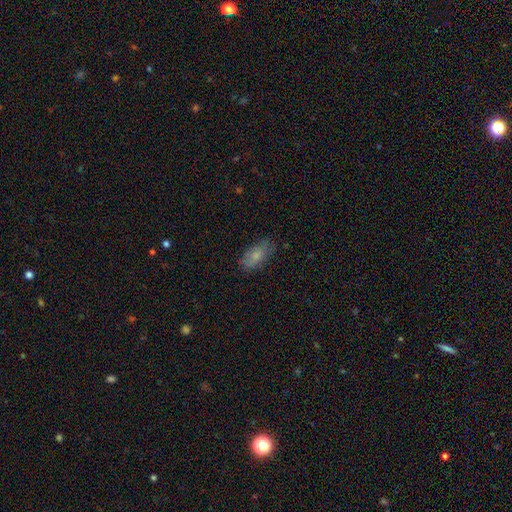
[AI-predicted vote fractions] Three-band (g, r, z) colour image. It shows a smooth galaxy with no disk features (75%) that is in between round and cigar-shaped (89%). Merging: none (72%).